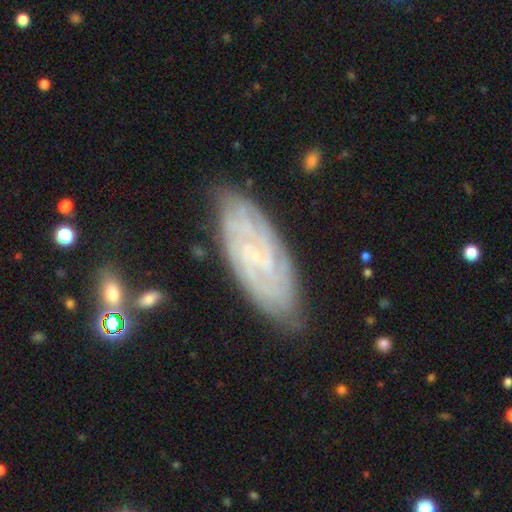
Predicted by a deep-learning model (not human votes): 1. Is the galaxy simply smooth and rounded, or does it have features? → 77% featured or disk, 16% smooth, 8% star or artifact.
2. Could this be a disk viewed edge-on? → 90% no, 10% yes.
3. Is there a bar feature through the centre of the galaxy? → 51% no, 38% weak, 11% strong.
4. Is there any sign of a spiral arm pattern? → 93% yes, 7% no.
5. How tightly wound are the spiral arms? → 69% tight, 25% medium, 6% loose.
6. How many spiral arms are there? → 41% can't tell, 19% 2, 14% 3, 13% 4, 6% more than 4, 5% 1.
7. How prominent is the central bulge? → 70% small, 18% none, 10% moderate, 1% large, 1% dominant.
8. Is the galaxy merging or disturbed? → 78% none, 16% minor disturbance, 4% major disturbance, 2% merger.